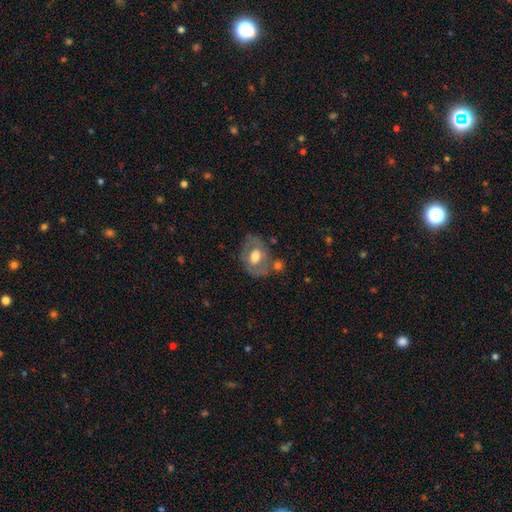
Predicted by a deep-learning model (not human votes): smooth-or-featured: featured or disk: 47% | smooth: 46% | star or artifact: 7%
  merging: none: 57% | minor disturbance: 23% | merger: 10% | major disturbance: 10%